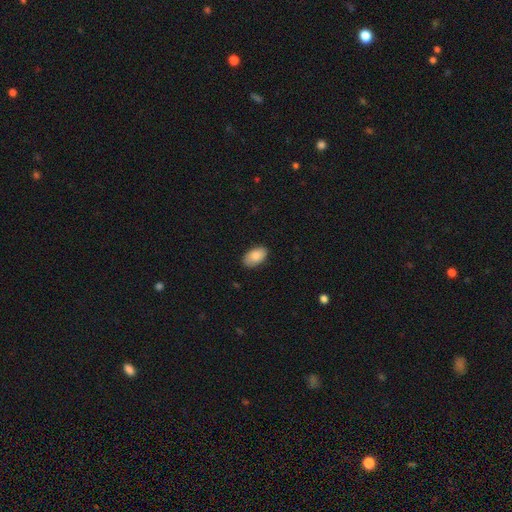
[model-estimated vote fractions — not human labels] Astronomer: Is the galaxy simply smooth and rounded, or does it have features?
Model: smooth — 86%.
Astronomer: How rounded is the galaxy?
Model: in between — 94%.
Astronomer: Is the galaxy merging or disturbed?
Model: none — 84%.